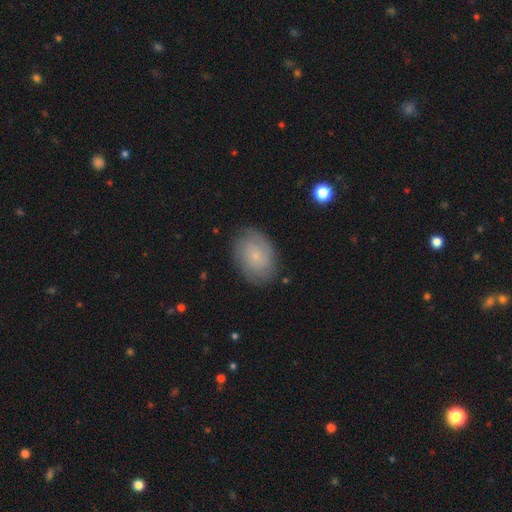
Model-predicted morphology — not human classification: Q: Smooth or featured?
A: smooth (51%); runner-up: featured or disk (41%)
Q: How rounded?
A: in between (79%); runner-up: round (20%)
Q: Merging?
A: none (80%); runner-up: minor disturbance (15%)